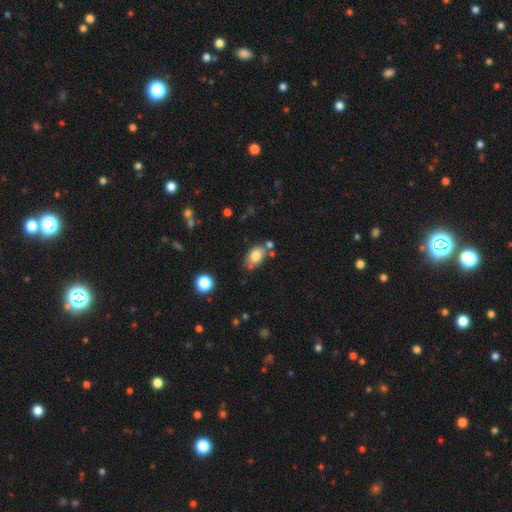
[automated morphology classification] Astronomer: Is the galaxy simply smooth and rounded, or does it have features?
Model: smooth — 77%.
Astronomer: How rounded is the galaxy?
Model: in between — 85%.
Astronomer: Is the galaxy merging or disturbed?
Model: none — 60%.